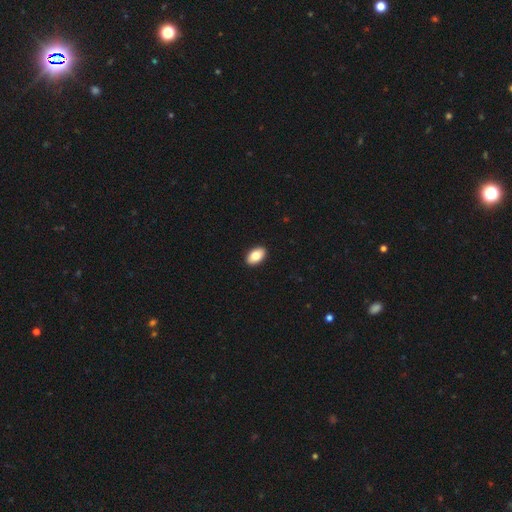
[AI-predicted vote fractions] smooth-or-featured: smooth: 84% | featured or disk: 9% | star or artifact: 7%
  how-rounded: in between: 93% | round: 6% | cigar-shaped: 2%
  merging: none: 92% | minor disturbance: 6% | major disturbance: 1% | merger: 1%